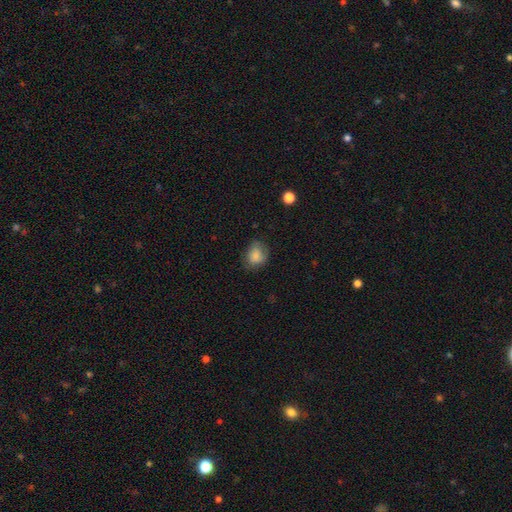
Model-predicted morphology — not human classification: smooth-or-featured: smooth: 77% | featured or disk: 14% | star or artifact: 8%
  how-rounded: round: 53% | in between: 46% | cigar-shaped: 1%
  merging: none: 60% | minor disturbance: 28% | major disturbance: 11% | merger: 1%